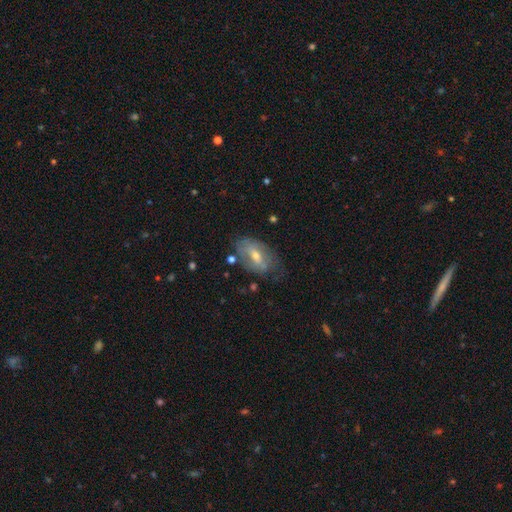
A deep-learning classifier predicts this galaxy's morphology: type=featured or disk (55%); edge-on=no (90%); merging=none (55%).